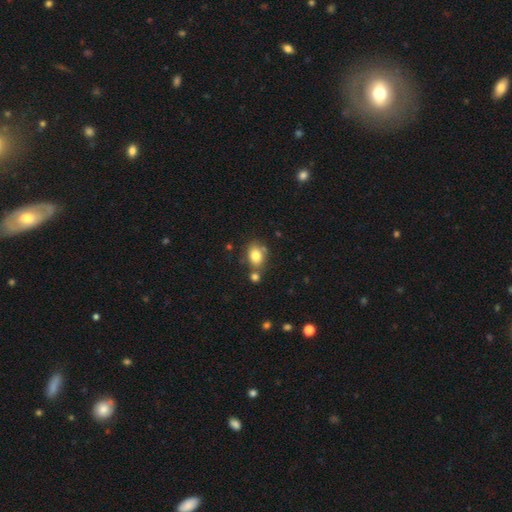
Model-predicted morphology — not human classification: This appears to be a smooth galaxy with no disk features (80%) that is in between round and cigar-shaped (67%). Merging: none (60%).